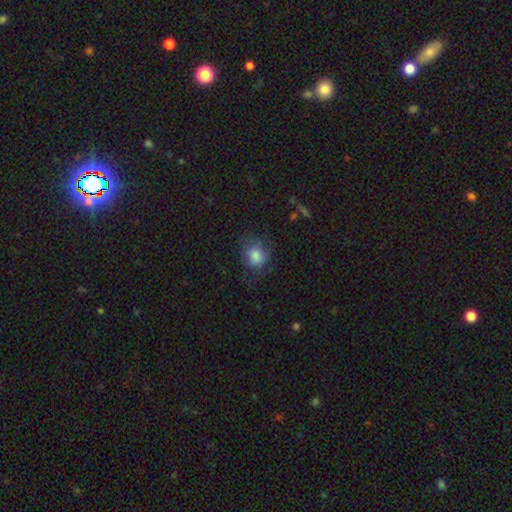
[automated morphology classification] Smooth or featured? Predicted: smooth (p=0.81). How rounded? Predicted: round (p=0.70). Merging? Predicted: none (p=0.60).